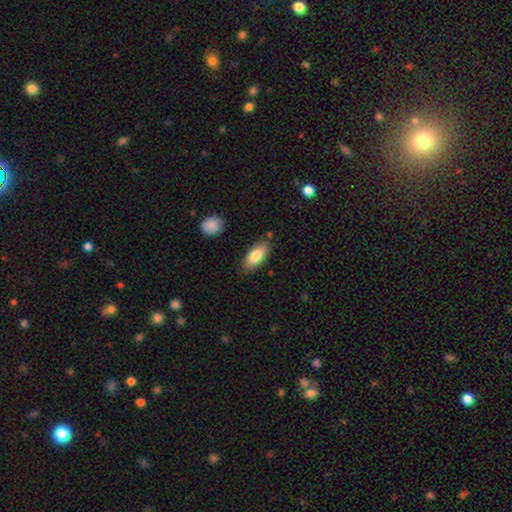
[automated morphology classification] smooth_or_featured: smooth (p=0.80) [alt: featured or disk p=0.14]
how_rounded: in between (p=0.84) [alt: cigar-shaped p=0.14]
merging: none (p=0.83) [alt: minor disturbance p=0.12]